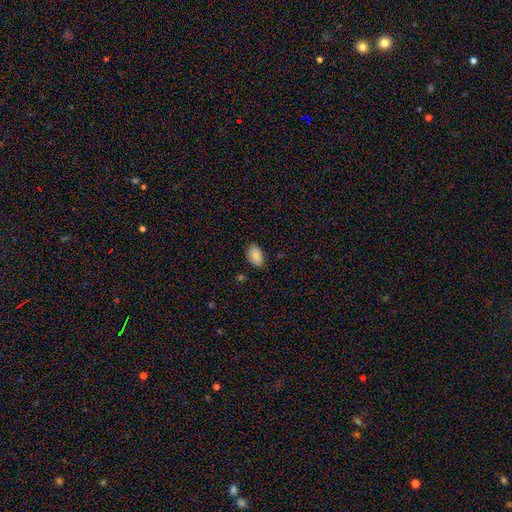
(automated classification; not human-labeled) A smooth galaxy with no disk features (86%) that is in between round and cigar-shaped (91%).

Vote fractions:
- Smooth or featured? smooth: 86% / star or artifact: 7% / featured or disk: 7%
- How rounded? in between: 91% / round: 7% / cigar-shaped: 1%
- Merging? none: 81% / minor disturbance: 15% / major disturbance: 2% / merger: 1%